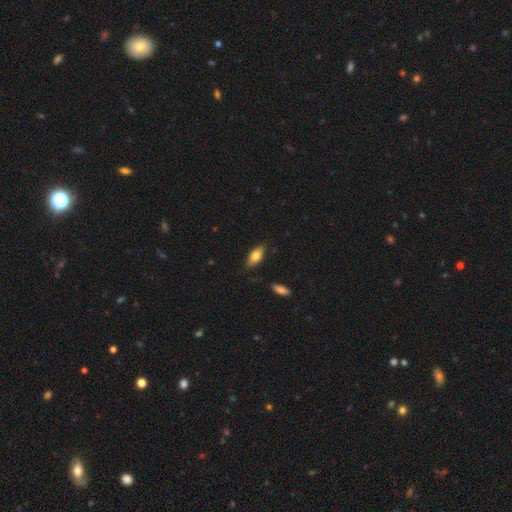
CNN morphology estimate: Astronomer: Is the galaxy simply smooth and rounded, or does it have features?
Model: smooth — 75%.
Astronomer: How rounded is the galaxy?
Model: in between — 82%.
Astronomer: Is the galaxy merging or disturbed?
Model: none — 81%.